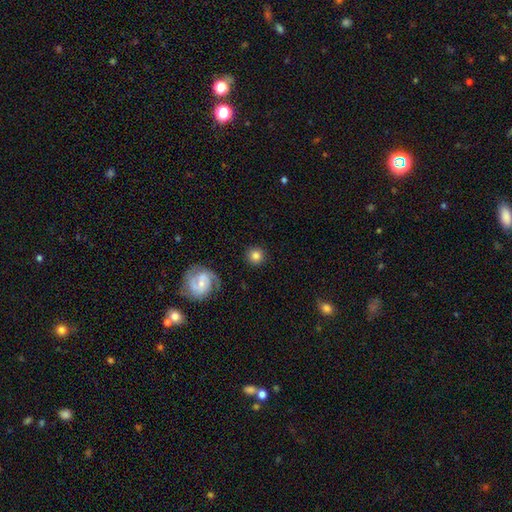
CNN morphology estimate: A smooth galaxy with no disk features (79%) that is round (93%). Merging: none (89%).